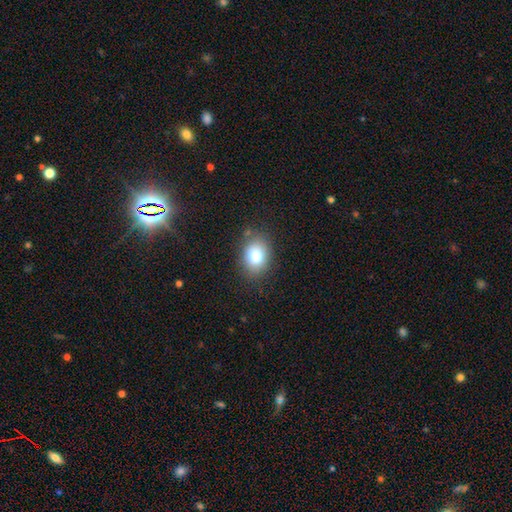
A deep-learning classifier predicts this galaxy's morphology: smooth 78%, featured or disk 11%, star or artifact 10%. Down the decision tree: how rounded — in between (66%); merging — none (82%).